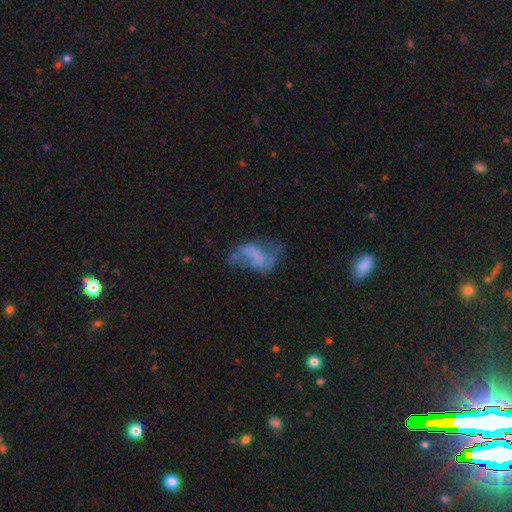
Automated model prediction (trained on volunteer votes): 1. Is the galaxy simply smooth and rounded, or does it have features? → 54% featured or disk, 33% smooth, 13% star or artifact.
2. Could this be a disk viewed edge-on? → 97% no, 3% yes.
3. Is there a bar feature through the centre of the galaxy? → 67% no, 22% weak, 10% strong.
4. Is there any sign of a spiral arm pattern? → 61% no, 39% yes.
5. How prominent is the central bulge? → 77% none, 10% small, 7% moderate, 5% large, 2% dominant.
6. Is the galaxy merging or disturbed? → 39% major disturbance, 30% none, 21% minor disturbance, 9% merger.